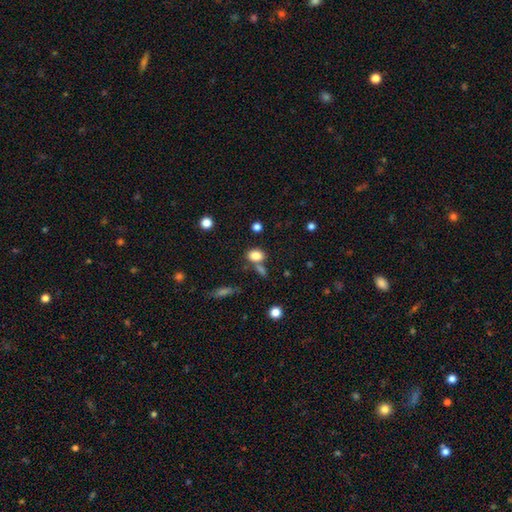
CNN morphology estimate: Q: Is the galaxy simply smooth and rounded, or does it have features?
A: smooth — 82%.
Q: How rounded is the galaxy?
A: in between — 73%.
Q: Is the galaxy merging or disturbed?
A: none — 59%.